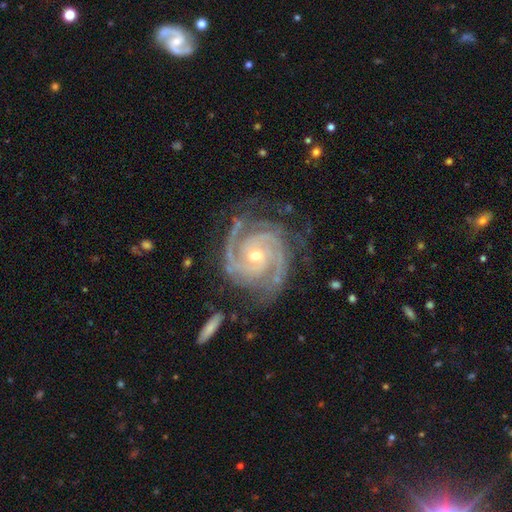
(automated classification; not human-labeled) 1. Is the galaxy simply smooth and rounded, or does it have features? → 93% featured or disk, 5% star or artifact, 2% smooth.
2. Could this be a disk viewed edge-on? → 98% no, 2% yes.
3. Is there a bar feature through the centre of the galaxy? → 70% no, 22% weak, 9% strong.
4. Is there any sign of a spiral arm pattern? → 99% yes, 1% no.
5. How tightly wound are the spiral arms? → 74% tight, 24% medium, 3% loose.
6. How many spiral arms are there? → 43% 2, 31% 3, 9% 4, 8% can't tell, 5% more than 4, 5% 1.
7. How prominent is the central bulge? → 56% small, 41% moderate, 1% large, 1% none, 1% dominant.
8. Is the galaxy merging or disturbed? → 71% none, 19% minor disturbance, 8% major disturbance, 2% merger.